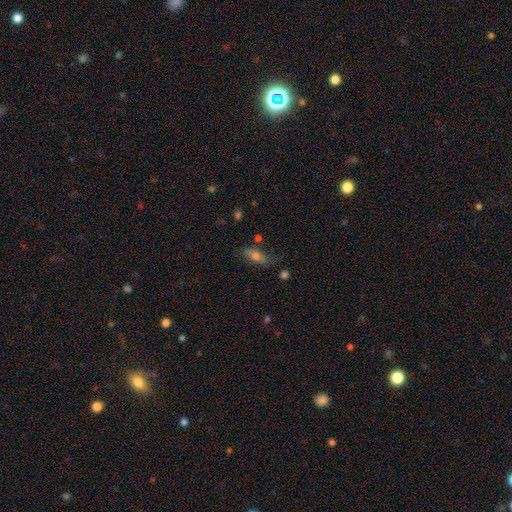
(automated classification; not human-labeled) smooth_or_featured: smooth (p=0.55) [alt: featured or disk p=0.34]
how_rounded: in between (p=0.59) [alt: cigar-shaped p=0.36]
merging: none (p=0.63) [alt: minor disturbance p=0.23]